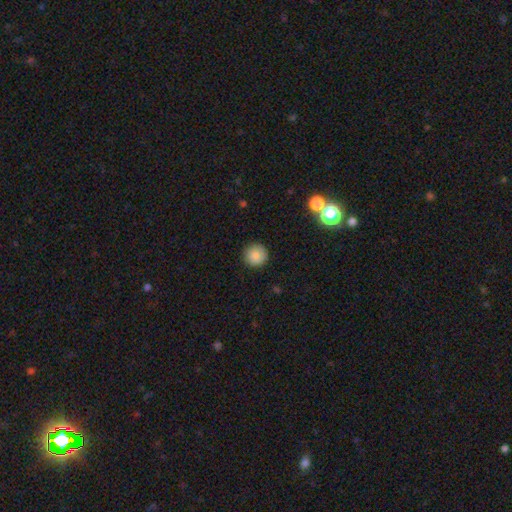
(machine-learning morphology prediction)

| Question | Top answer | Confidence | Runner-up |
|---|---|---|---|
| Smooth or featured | smooth | 85% | star or artifact (10%) |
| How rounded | round | 96% | in between (3%) |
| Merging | none | 91% | minor disturbance (6%) |